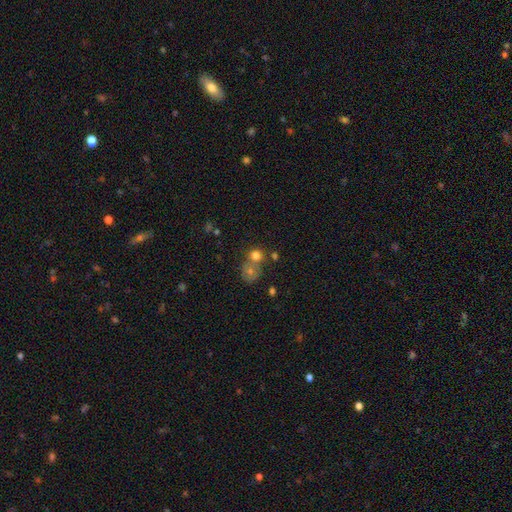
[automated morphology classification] The model was most divided on "merging": none: 51%, merger: 37%, minor disturbance: 9%, major disturbance: 4%. More confident: how rounded — round (83%); smooth or featured — smooth (74%).